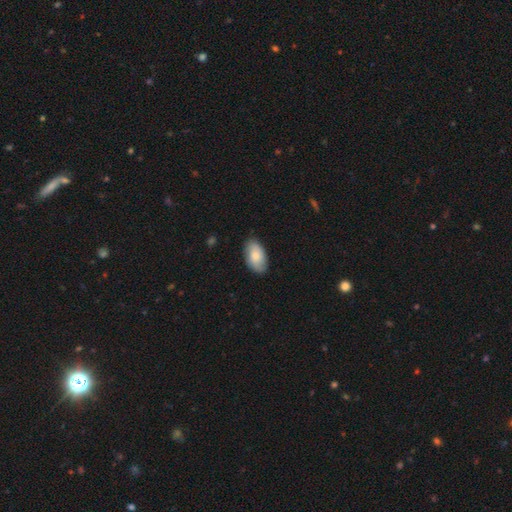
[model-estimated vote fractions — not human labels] Smooth or featured: smooth — 79% (featured or disk — 16%)
How rounded: in between — 95% (round — 4%)
Merging: none — 82% (minor disturbance — 15%)